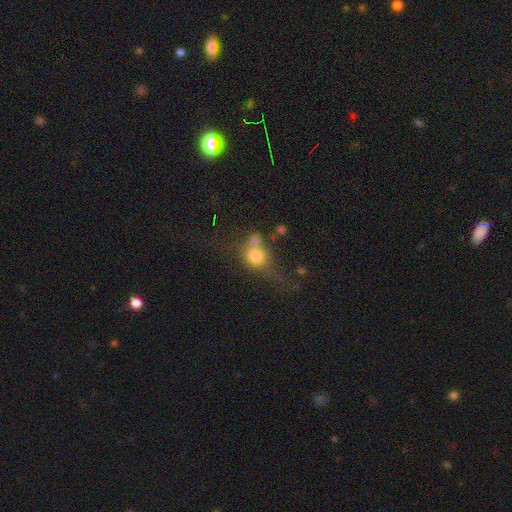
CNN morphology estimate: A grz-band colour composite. It shows a smooth galaxy with no disk features (72%) that is round (69%). Merging: none (38%).